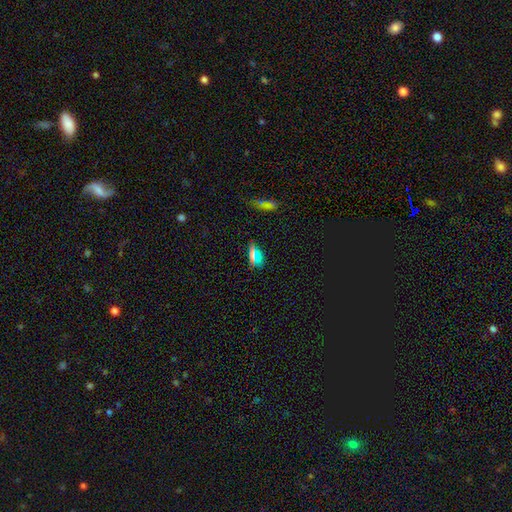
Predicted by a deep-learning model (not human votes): smooth_or_featured: smooth (p=0.62) [alt: star or artifact p=0.28]
how_rounded: in between (p=0.79) [alt: cigar-shaped p=0.11]
merging: none (p=0.78) [alt: minor disturbance p=0.14]